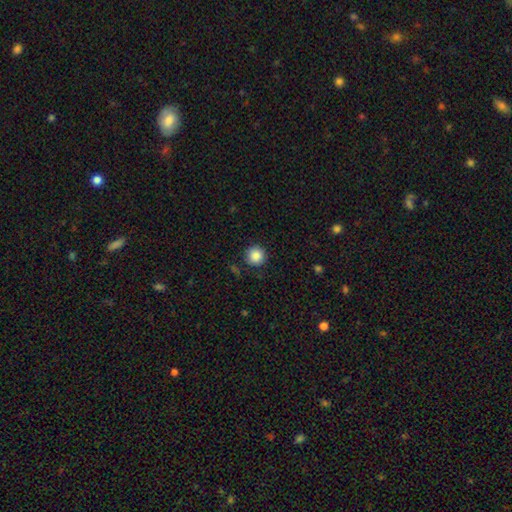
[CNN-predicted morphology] Smooth or featured? smooth (87%)
How rounded? round (95%)
Merging? none (88%)